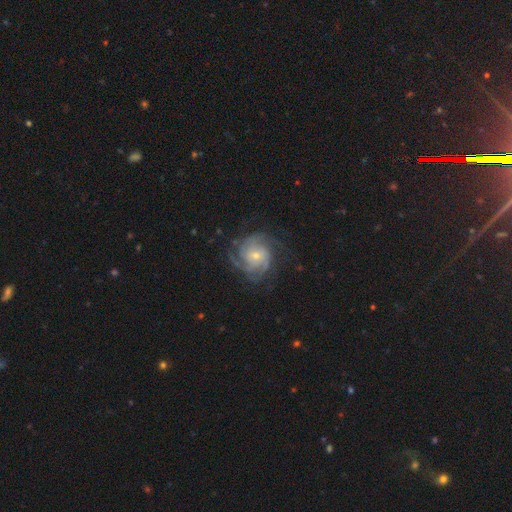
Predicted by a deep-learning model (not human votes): Smooth or featured: featured or disk — 86% (smooth — 8%)
Edge-on disk: no — 98% (yes — 2%)
Bar: no — 69% (weak — 26%)
Spiral arms: yes — 97% (no — 3%)
Spiral winding: tight — 58% (medium — 34%)
Spiral arm count: 3 — 27% (4 — 25%)
Bulge size: small — 63% (moderate — 32%)
Merging: none — 72% (minor disturbance — 17%)